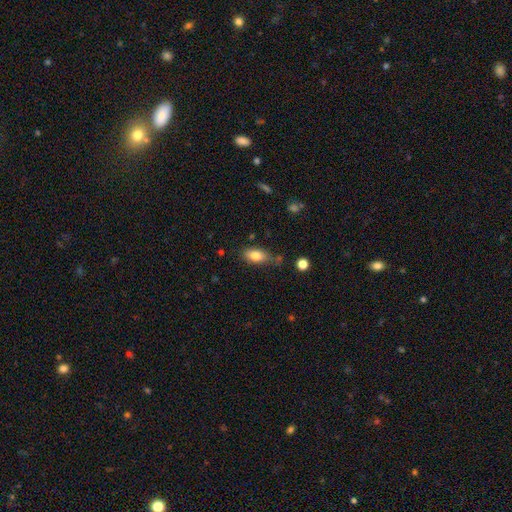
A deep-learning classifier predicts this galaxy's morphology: smooth-or-featured: smooth: 80% | featured or disk: 12% | star or artifact: 8%
  how-rounded: in between: 86% | cigar-shaped: 9% | round: 5%
  merging: none: 65% | minor disturbance: 23% | merger: 6% | major disturbance: 6%